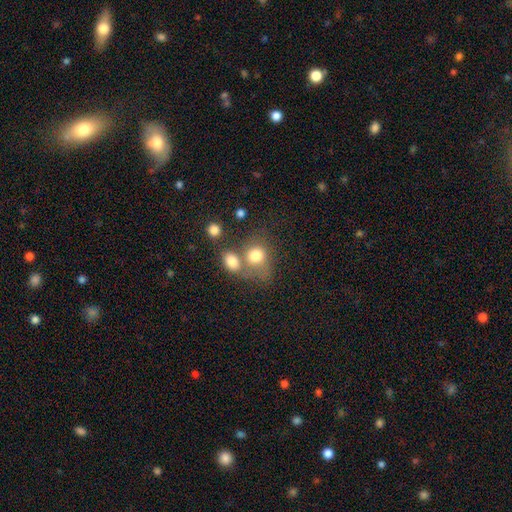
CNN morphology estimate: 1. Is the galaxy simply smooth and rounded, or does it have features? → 78% smooth, 12% featured or disk, 10% star or artifact.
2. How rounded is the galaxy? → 58% round, 41% in between, 1% cigar-shaped.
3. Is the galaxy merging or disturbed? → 42% merger, 35% none, 13% minor disturbance, 10% major disturbance.